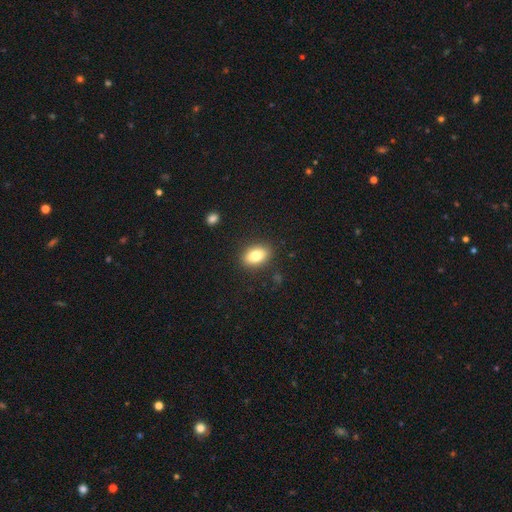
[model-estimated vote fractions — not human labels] smooth 80%, featured or disk 12%, star or artifact 8%. Down the decision tree: how rounded — in between (83%); merging — none (87%).